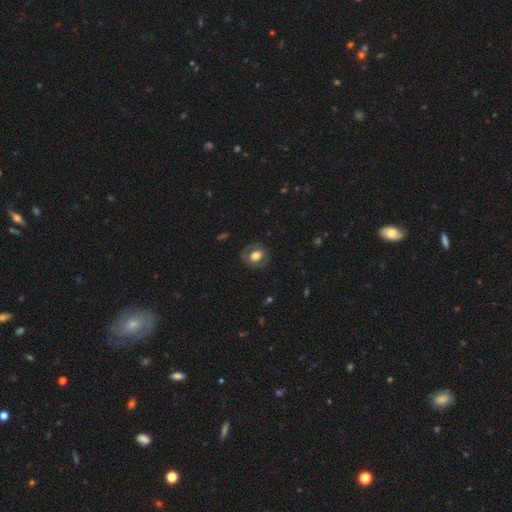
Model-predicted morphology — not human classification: This appears to be a smooth galaxy with no disk features (58%) that is in between round and cigar-shaped (53%). Merging: none (73%).